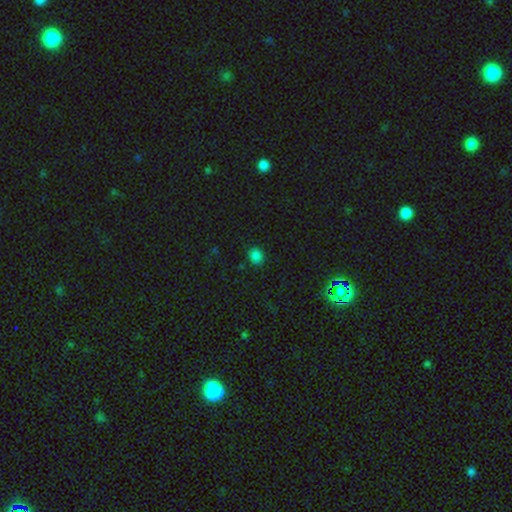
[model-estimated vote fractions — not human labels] Smooth or featured? smooth (81%)
How rounded? round (70%)
Merging? none (87%)